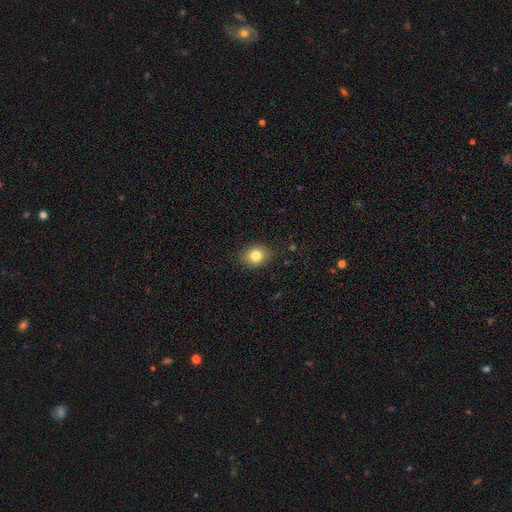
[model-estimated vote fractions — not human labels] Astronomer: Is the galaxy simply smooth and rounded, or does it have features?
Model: smooth — 81%.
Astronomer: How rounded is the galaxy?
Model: round — 65%.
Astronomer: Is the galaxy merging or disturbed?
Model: none — 82%.